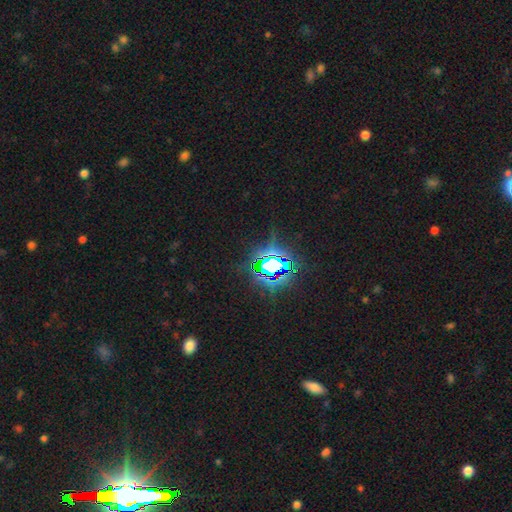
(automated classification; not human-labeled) smooth_or_featured: star or artifact (p=0.83) [alt: smooth p=0.10]